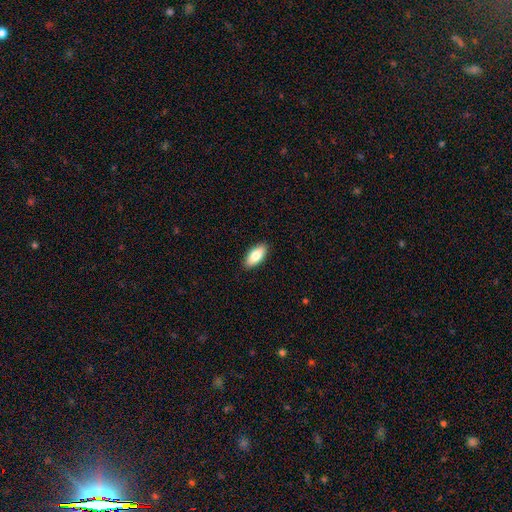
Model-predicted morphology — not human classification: smooth_or_featured: smooth (p=0.80) [alt: featured or disk p=0.14]
how_rounded: in between (p=0.88) [alt: cigar-shaped p=0.10]
merging: none (p=0.90) [alt: minor disturbance p=0.08]